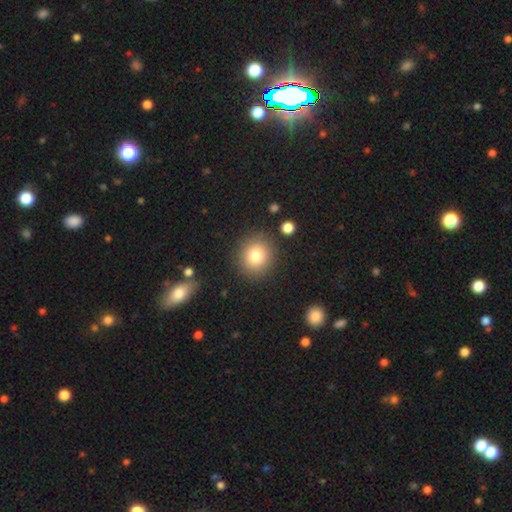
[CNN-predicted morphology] Smooth or featured? Predicted: smooth (p=0.80). How rounded? Predicted: round (p=0.87). Merging? Predicted: none (p=0.88).